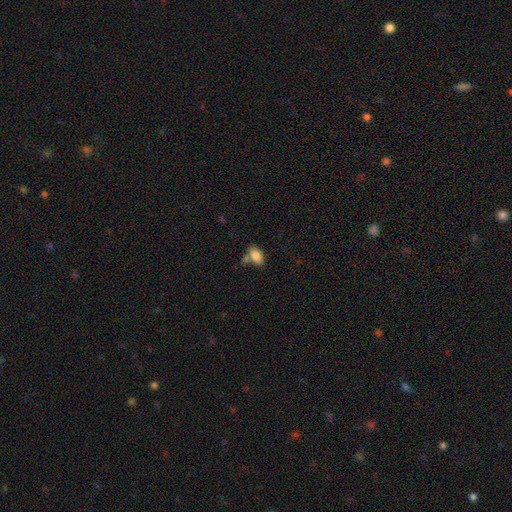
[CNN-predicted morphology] Smooth or featured: smooth — 84% (star or artifact — 8%)
How rounded: in between — 91% (round — 7%)
Merging: none — 57% (merger — 21%)